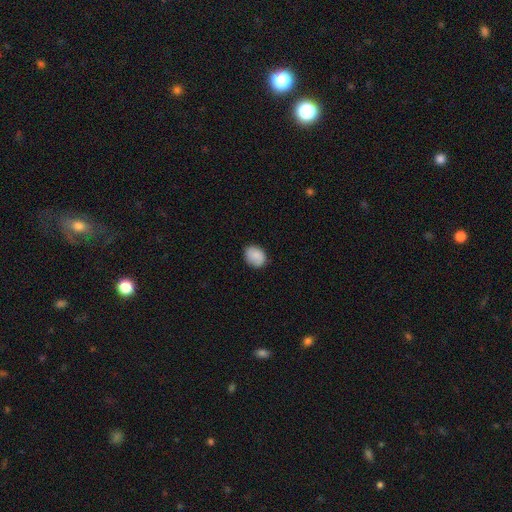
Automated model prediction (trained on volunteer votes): smooth 86%, star or artifact 7%, featured or disk 6%. Down the decision tree: how rounded — in between (52%); merging — none (82%).